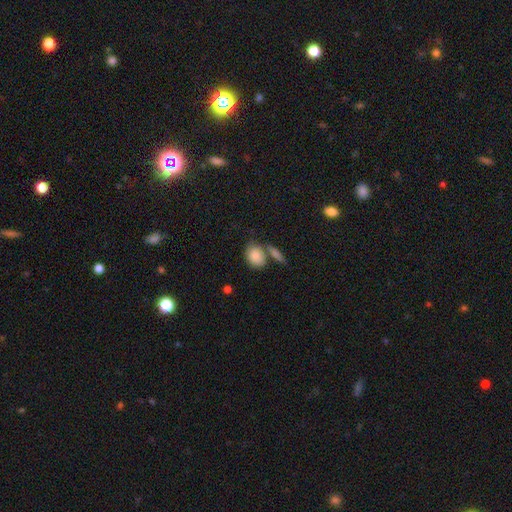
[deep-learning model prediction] Q: Smooth or featured?
A: smooth (86%); runner-up: featured or disk (8%)
Q: How rounded?
A: in between (66%); runner-up: round (32%)
Q: Merging?
A: none (54%); runner-up: merger (26%)